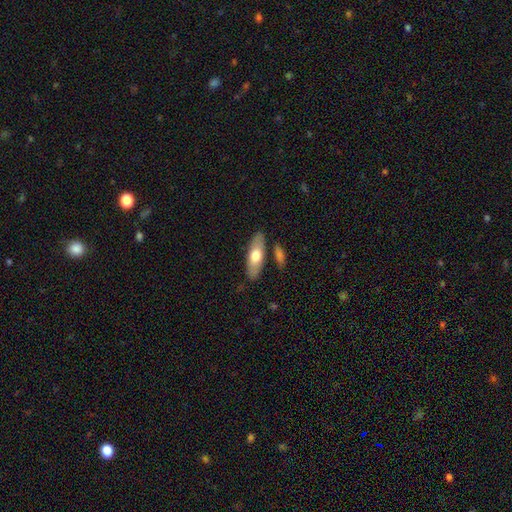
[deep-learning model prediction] smooth-or-featured: smooth: 64% | featured or disk: 31% | star or artifact: 5%
  how-rounded: in between: 66% | cigar-shaped: 31% | round: 3%
  merging: none: 82% | minor disturbance: 10% | merger: 6% | major disturbance: 2%